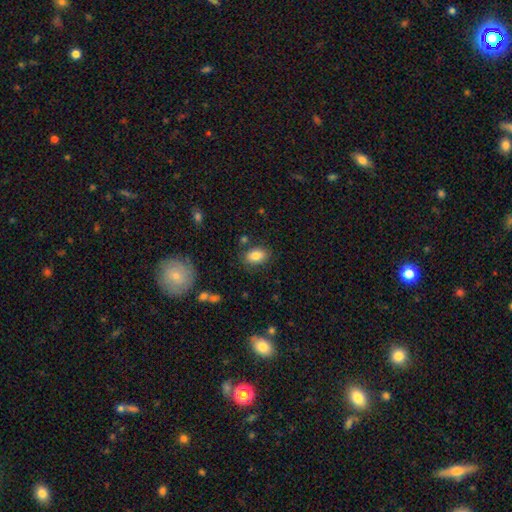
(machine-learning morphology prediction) Smooth or featured? Predicted: smooth (p=0.82). How rounded? Predicted: in between (p=0.84). Merging? Predicted: none (p=0.78).